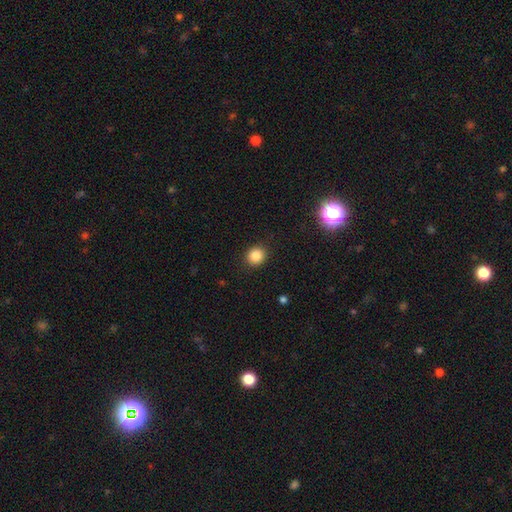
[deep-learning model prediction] A smooth galaxy with no disk features (84%) that is round (84%).

Vote fractions:
- Smooth or featured? smooth: 84% / star or artifact: 11% / featured or disk: 5%
- How rounded? round: 84% / in between: 15% / cigar-shaped: 1%
- Merging? none: 90% / minor disturbance: 7% / major disturbance: 2% / merger: 1%